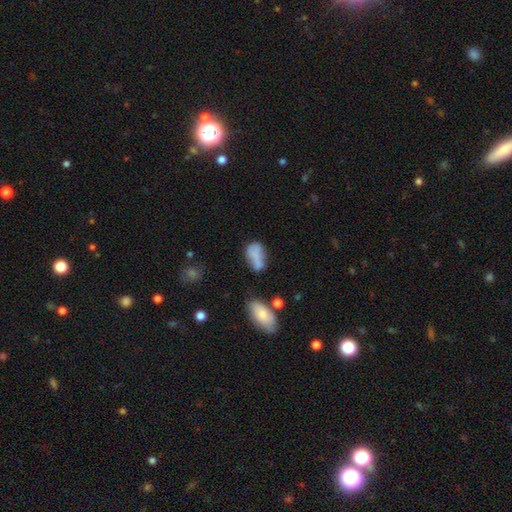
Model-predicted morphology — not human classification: Smooth or featured: smooth — 70% (featured or disk — 20%)
How rounded: in between — 87% (round — 8%)
Merging: none — 37% (minor disturbance — 29%)